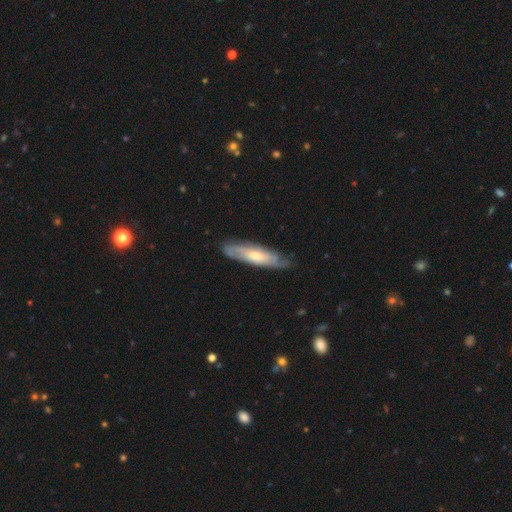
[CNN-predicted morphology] smooth-or-featured: featured or disk: 58% | smooth: 36% | star or artifact: 5%
  disk-edge-on: no: 58% | yes: 42%
  merging: none: 74% | minor disturbance: 20% | major disturbance: 4% | merger: 1%